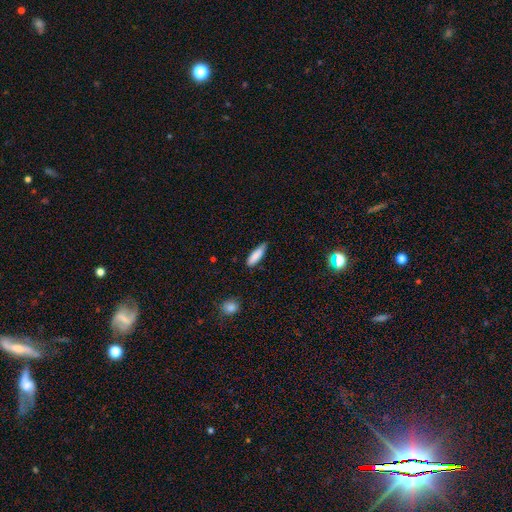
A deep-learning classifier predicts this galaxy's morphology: smooth_or_featured: smooth (p=0.84) [alt: featured or disk p=0.09]
how_rounded: cigar-shaped (p=0.56) [alt: in between p=0.43]
merging: none (p=0.69) [alt: minor disturbance p=0.25]